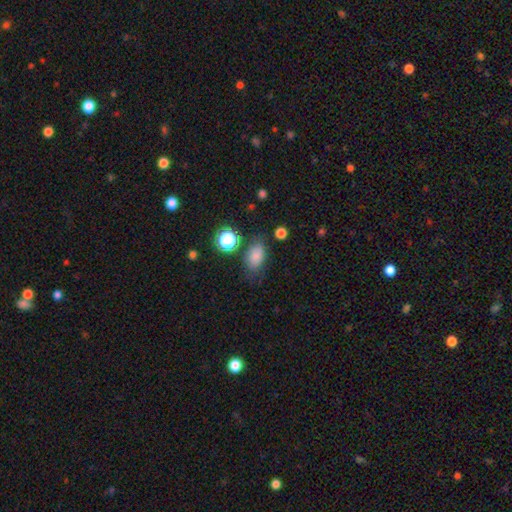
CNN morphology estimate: smooth_or_featured: smooth (p=0.78) [alt: star or artifact p=0.13]
how_rounded: in between (p=0.84) [alt: round p=0.14]
merging: none (p=0.67) [alt: minor disturbance p=0.20]